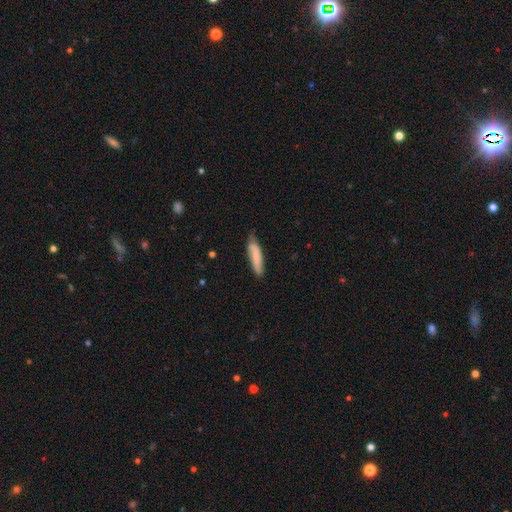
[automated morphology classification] Smooth or featured? Predicted: smooth (p=0.76). How rounded? Predicted: cigar-shaped (p=0.76). Merging? Predicted: none (p=0.65).